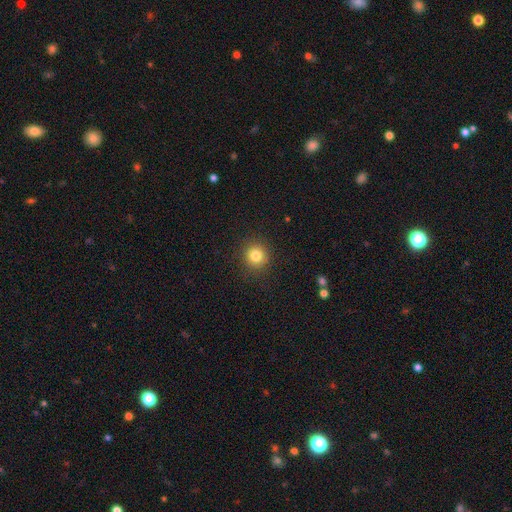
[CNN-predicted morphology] This appears to be a smooth galaxy with no disk features (82%) that is round (92%). Merging: none (90%).